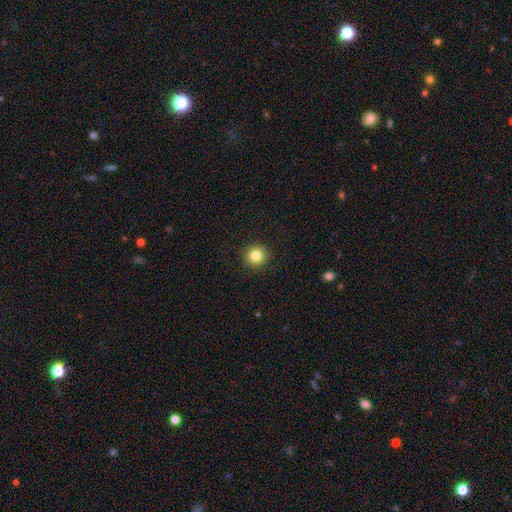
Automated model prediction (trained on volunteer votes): Smooth or featured: smooth — 83% (star or artifact — 11%)
How rounded: round — 94% (in between — 5%)
Merging: none — 92% (minor disturbance — 5%)